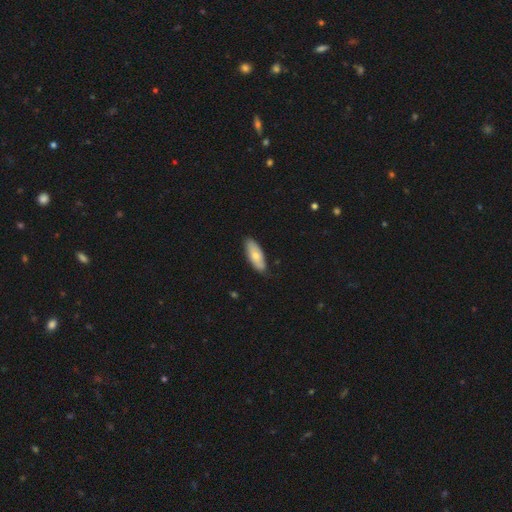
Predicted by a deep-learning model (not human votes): smooth_or_featured: smooth (p=0.71) [alt: featured or disk p=0.23]
how_rounded: in between (p=0.74) [alt: cigar-shaped p=0.24]
merging: none (p=0.81) [alt: minor disturbance p=0.15]